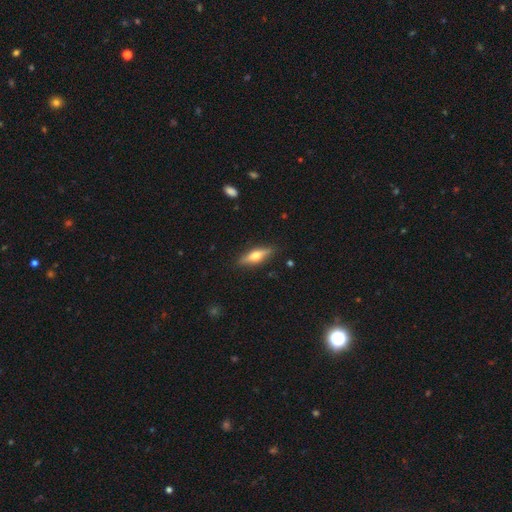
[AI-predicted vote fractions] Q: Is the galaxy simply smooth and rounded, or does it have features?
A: featured or disk — 52%.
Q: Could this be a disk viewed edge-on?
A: yes — 92%.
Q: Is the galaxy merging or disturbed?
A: none — 87%.